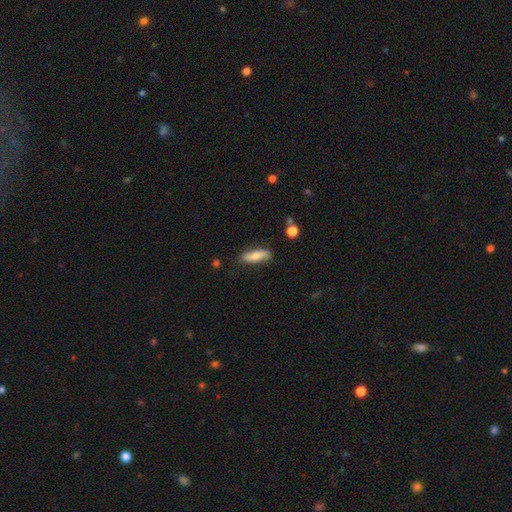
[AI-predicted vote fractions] Q: Smooth or featured?
A: smooth (64%); runner-up: featured or disk (29%)
Q: How rounded?
A: in between (51%); runner-up: cigar-shaped (46%)
Q: Merging?
A: none (77%); runner-up: minor disturbance (18%)